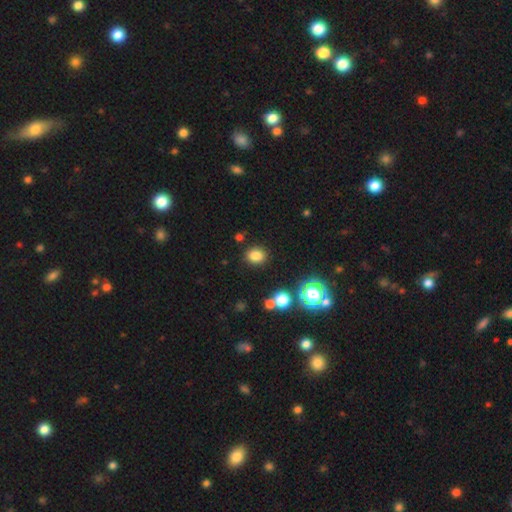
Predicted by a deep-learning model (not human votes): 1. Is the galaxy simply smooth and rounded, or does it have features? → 81% smooth, 14% star or artifact, 5% featured or disk.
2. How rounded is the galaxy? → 52% round, 47% in between, 1% cigar-shaped.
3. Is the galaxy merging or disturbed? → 86% none, 8% minor disturbance, 3% merger, 3% major disturbance.